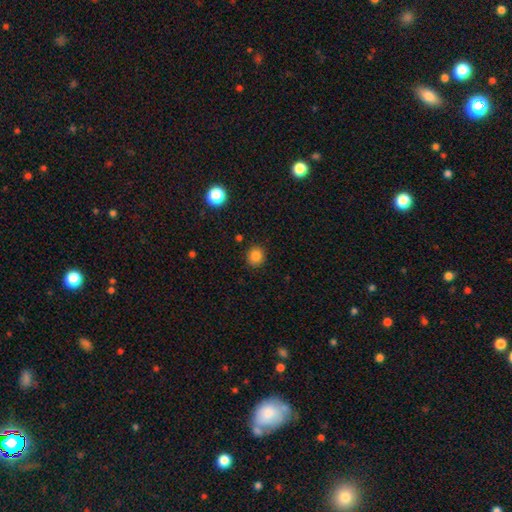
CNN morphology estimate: Smooth or featured? smooth (84%)
How rounded? round (86%)
Merging? none (89%)